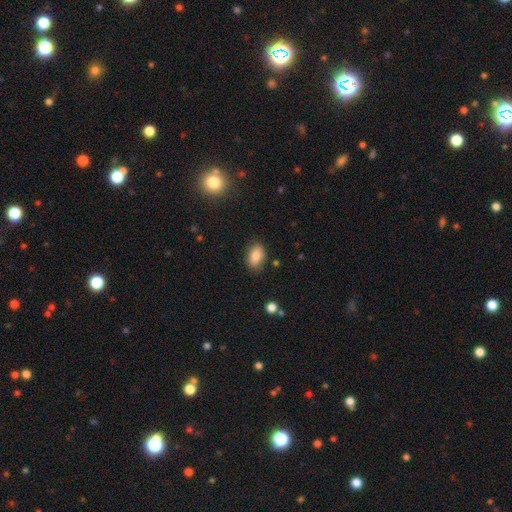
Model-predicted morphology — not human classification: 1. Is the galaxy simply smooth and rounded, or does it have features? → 84% smooth, 9% star or artifact, 7% featured or disk.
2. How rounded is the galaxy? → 87% in between, 10% round, 2% cigar-shaped.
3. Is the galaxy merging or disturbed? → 83% none, 13% minor disturbance, 3% major disturbance, 2% merger.